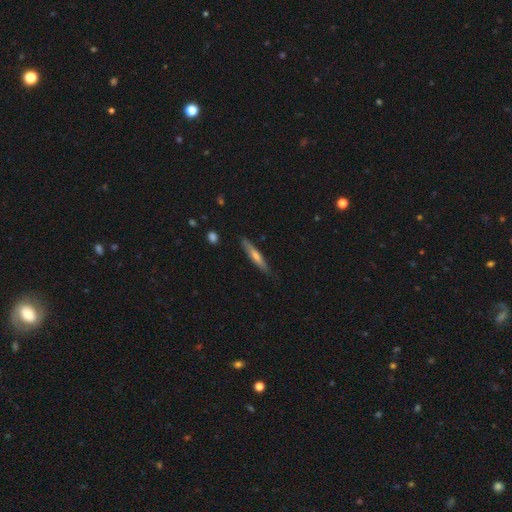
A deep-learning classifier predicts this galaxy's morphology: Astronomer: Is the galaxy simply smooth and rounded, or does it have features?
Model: smooth — 48% (runner-up: featured or disk, 46%).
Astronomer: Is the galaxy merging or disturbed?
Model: none — 85%.